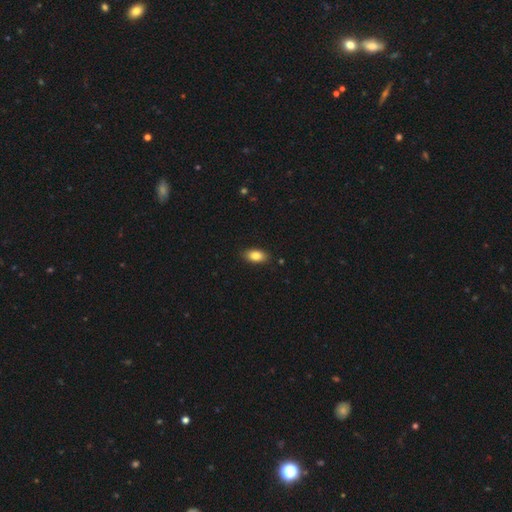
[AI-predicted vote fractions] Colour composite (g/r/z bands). It shows a smooth galaxy with no disk features (85%) that is in between round and cigar-shaped (91%). Merging: none (87%).